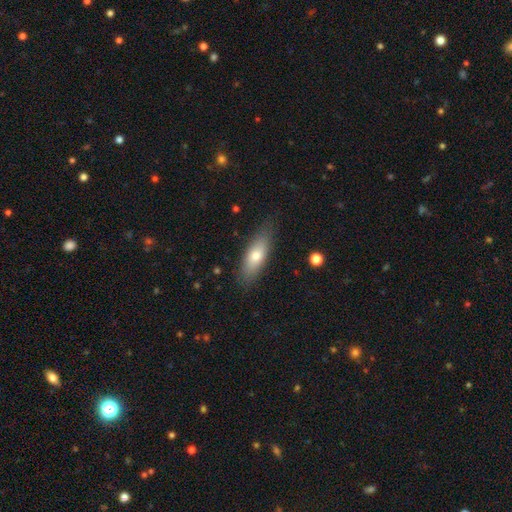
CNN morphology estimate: Smooth or featured? smooth (68%)
How rounded? in between (60%)
Merging? none (81%)